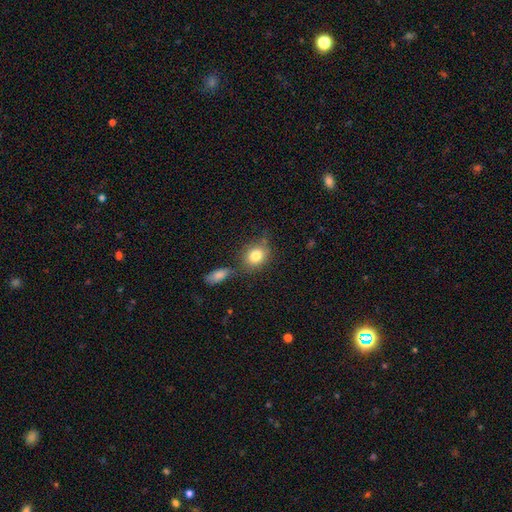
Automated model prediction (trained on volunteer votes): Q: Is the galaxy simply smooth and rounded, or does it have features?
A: smooth — 82%.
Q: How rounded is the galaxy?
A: round — 59%.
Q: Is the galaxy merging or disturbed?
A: none — 65%.